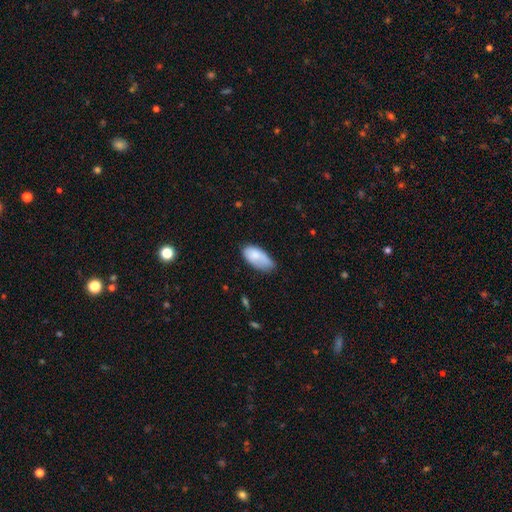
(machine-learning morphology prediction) smooth_or_featured: smooth (p=0.82) [alt: featured or disk p=0.12]
how_rounded: in between (p=0.93) [alt: cigar-shaped p=0.05]
merging: none (p=0.44) [alt: minor disturbance p=0.42]